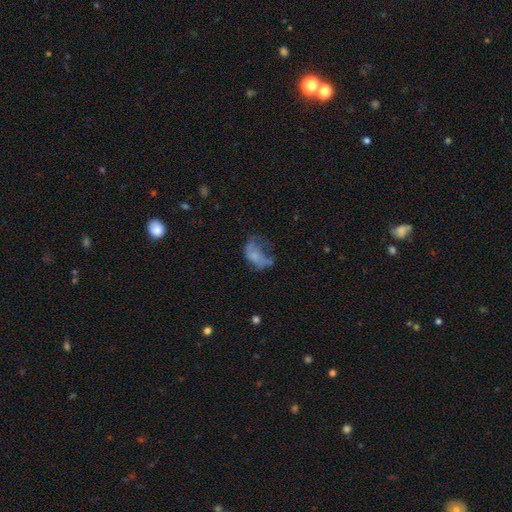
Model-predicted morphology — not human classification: Smooth or featured: smooth — 48% (featured or disk — 38%)
Merging: major disturbance — 48% (none — 23%)